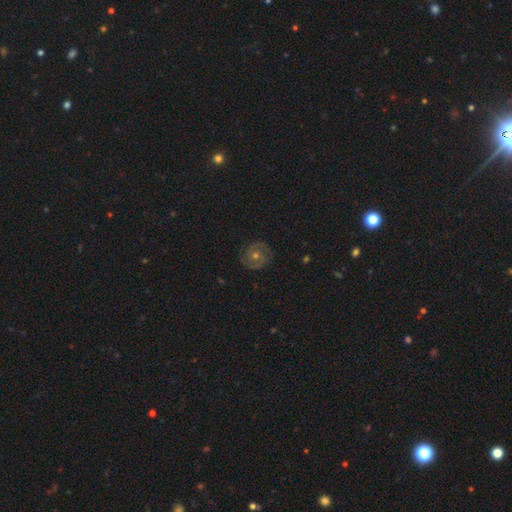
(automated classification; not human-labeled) A featured or disk galaxy (80%) with no bar (72%), 2 (78%) tight (66%) spiral arms (95%) and a moderate central bulge (56%).

Vote fractions:
- Smooth or featured? featured or disk: 80% / star or artifact: 10% / smooth: 10%
- Edge-on disk? no: 98% / yes: 2%
- Bar? no: 72% / weak: 22% / strong: 5%
- Spiral arms? yes: 95% / no: 5%
- Spiral winding? tight: 66% / medium: 29% / loose: 5%
- Spiral arm count? 2: 78% / can't tell: 9% / 3: 6% / 1: 3% / 4: 2% / more than 4: 2%
- Bulge size? moderate: 56% / small: 39% / large: 2% / none: 2% / dominant: 1%
- Merging? none: 86% / minor disturbance: 10% / major disturbance: 3% / merger: 1%